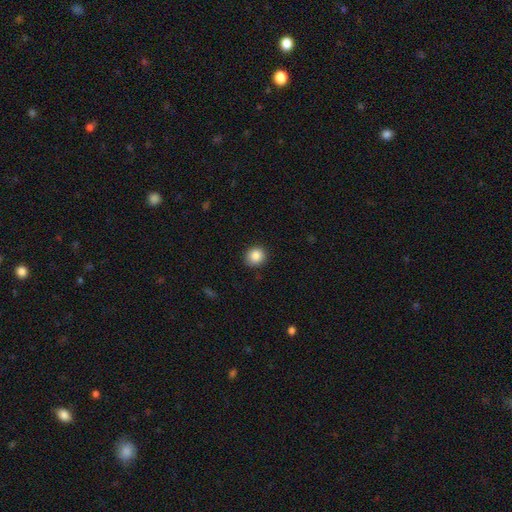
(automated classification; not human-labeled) Morphology: type=smooth (87%); roundness=round (84%); merging=none (90%).